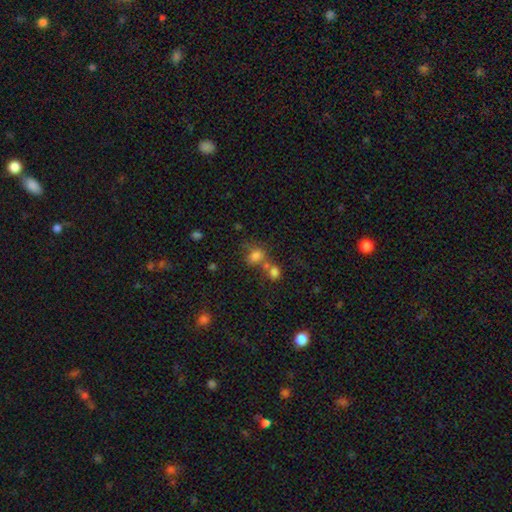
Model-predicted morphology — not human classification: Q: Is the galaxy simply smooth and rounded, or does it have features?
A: smooth — 75%.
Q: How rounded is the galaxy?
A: round — 51%.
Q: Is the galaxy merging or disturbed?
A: none — 40%.